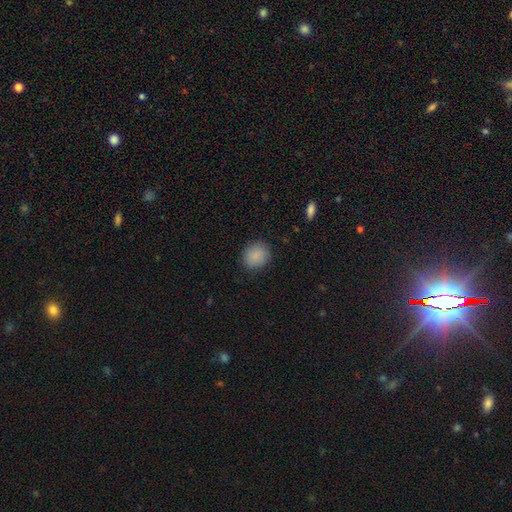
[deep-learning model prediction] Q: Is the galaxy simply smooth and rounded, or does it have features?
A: smooth — 88%.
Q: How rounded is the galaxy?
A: round — 77%.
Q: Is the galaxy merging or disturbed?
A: none — 86%.